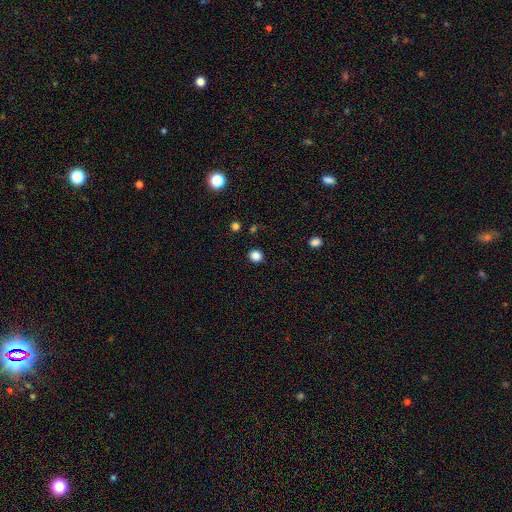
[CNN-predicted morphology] smooth-or-featured: smooth: 85% | star or artifact: 12% | featured or disk: 3%
  how-rounded: round: 89% | in between: 10% | cigar-shaped: 1%
  merging: none: 92% | minor disturbance: 5% | major disturbance: 2% | merger: 1%